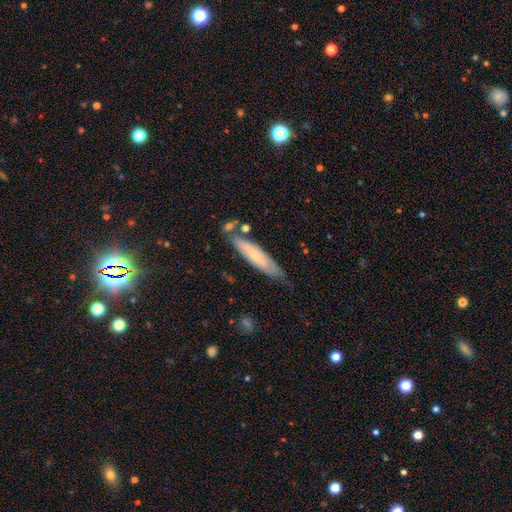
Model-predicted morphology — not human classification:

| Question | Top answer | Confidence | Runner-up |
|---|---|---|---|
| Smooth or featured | smooth | 52% | featured or disk (42%) |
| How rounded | cigar-shaped | 76% | in between (22%) |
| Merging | none | 67% | minor disturbance (22%) |